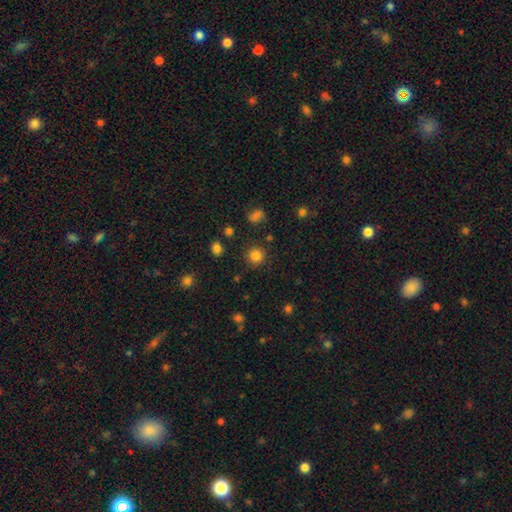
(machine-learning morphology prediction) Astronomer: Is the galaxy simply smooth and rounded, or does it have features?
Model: smooth — 82%.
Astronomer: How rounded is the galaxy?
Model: round — 92%.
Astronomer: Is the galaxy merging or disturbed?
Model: none — 88%.